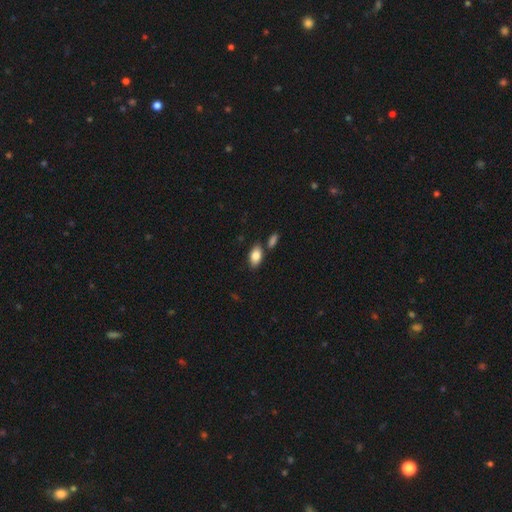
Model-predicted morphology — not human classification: The model was most divided on "merging": none: 75%, minor disturbance: 12%, merger: 10%, major disturbance: 3%. More confident: how rounded — in between (92%); smooth or featured — smooth (85%).